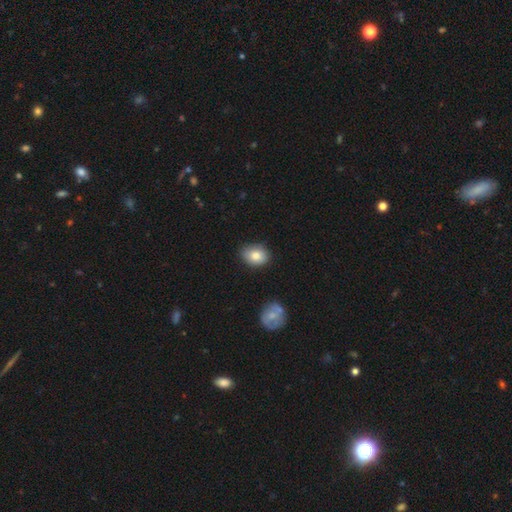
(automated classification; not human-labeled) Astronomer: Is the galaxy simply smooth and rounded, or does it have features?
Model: smooth — 81%.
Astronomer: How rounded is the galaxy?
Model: in between — 62%.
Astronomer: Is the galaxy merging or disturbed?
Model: none — 78%.